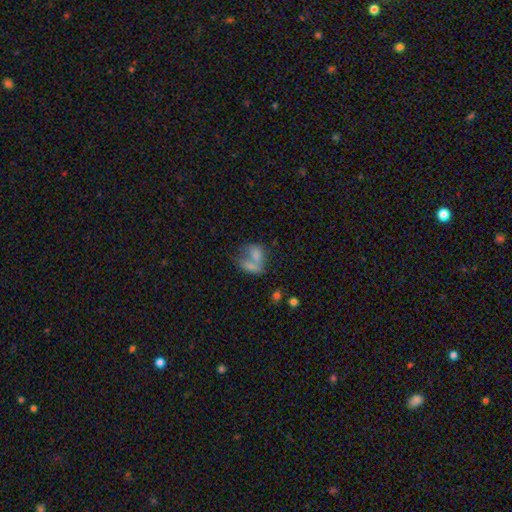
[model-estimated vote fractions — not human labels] smooth 61%, featured or disk 24%, star or artifact 15%. Down the decision tree: how rounded — in between (71%); merging — merger (60%).